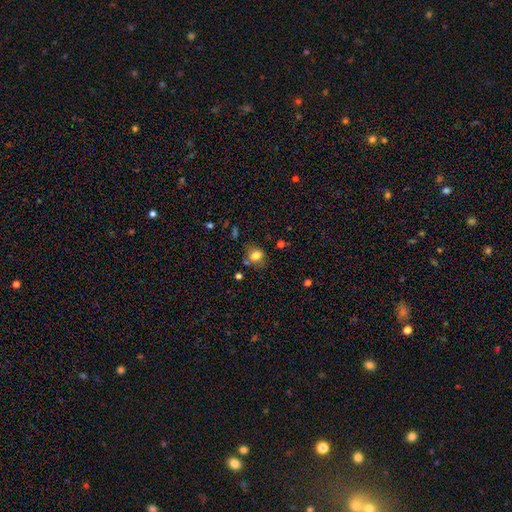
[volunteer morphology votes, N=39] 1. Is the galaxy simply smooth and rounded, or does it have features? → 72% smooth, 18% featured or disk, 10% star or artifact.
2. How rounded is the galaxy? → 54% in between, 46% round, 0% cigar-shaped.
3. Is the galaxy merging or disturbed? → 66% none, 17% minor disturbance, 9% major disturbance, 9% merger.